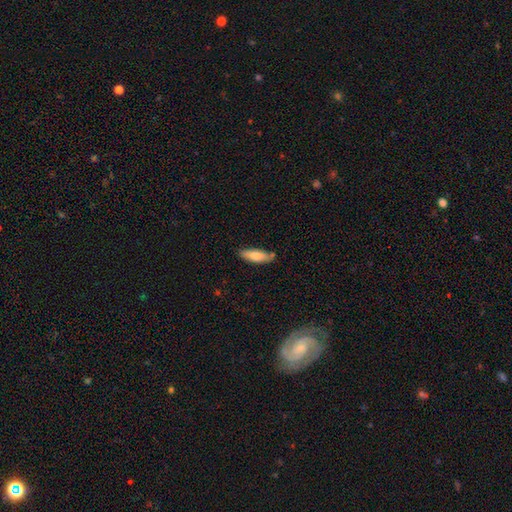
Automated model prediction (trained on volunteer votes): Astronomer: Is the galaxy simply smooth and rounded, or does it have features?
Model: smooth — 77%.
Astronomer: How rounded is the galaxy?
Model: in between — 52% (runner-up: cigar-shaped, 46%).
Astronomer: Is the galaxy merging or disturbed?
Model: none — 74%.